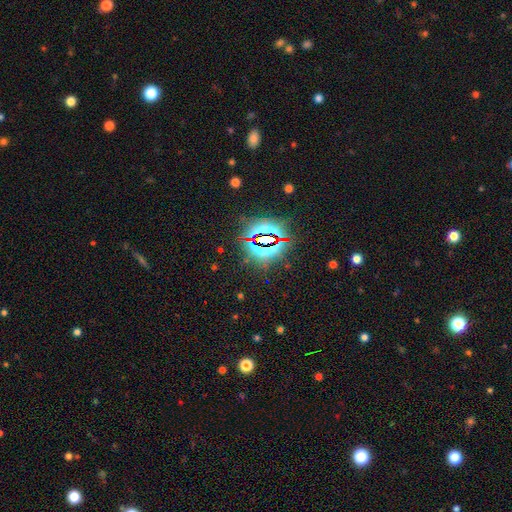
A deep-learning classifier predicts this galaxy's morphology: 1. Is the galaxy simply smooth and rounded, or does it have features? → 84% star or artifact, 9% smooth, 7% featured or disk.